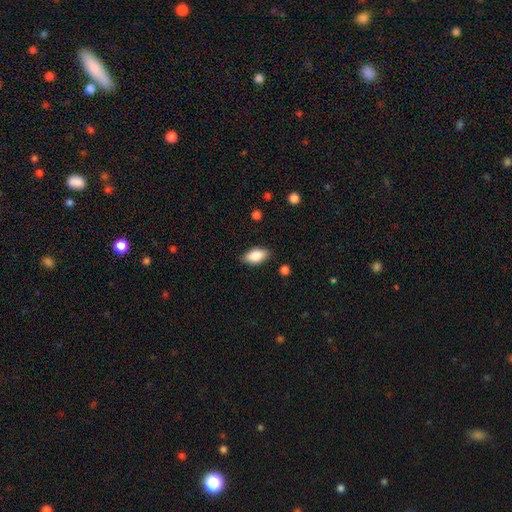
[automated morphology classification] Smooth or featured?
  - smooth: 84% *
  - featured or disk: 9%
  - star or artifact: 7%
How rounded?
  - in between: 91% *
  - cigar-shaped: 5%
  - round: 4%
Merging?
  - none: 85% *
  - minor disturbance: 11%
  - major disturbance: 2%
  - merger: 1%